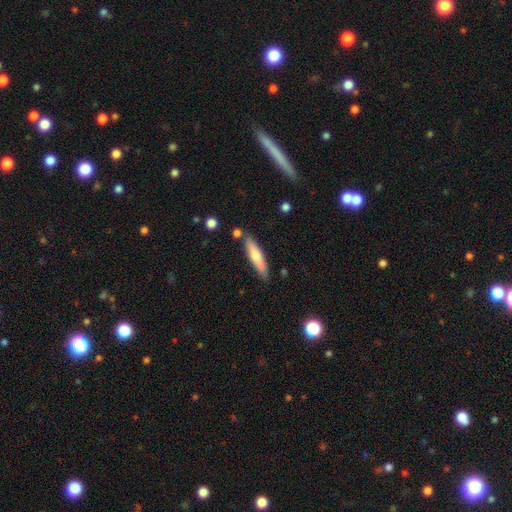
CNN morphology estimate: Q: Smooth or featured?
A: smooth (60%); runner-up: featured or disk (35%)
Q: How rounded?
A: cigar-shaped (80%); runner-up: in between (18%)
Q: Merging?
A: none (77%); runner-up: minor disturbance (14%)